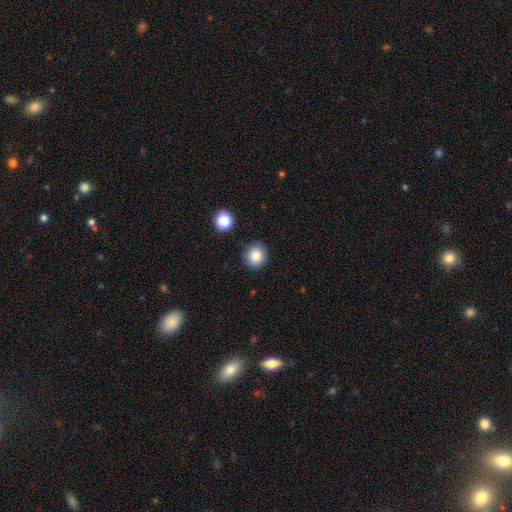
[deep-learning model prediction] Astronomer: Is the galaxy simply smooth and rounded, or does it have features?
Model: smooth — 85%.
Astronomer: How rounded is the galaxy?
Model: round — 87%.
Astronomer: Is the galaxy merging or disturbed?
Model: none — 88%.